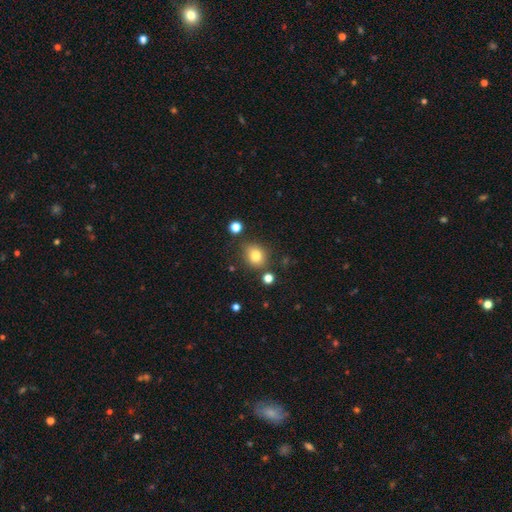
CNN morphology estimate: type=smooth (80%); roundness=round (66%); merging=none (79%).